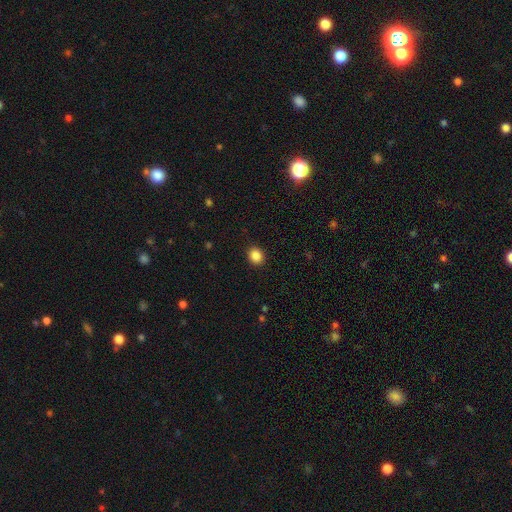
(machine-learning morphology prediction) Overall: smooth (87%). How rounded: round (70%; in between 30%). Merging: none (91%).